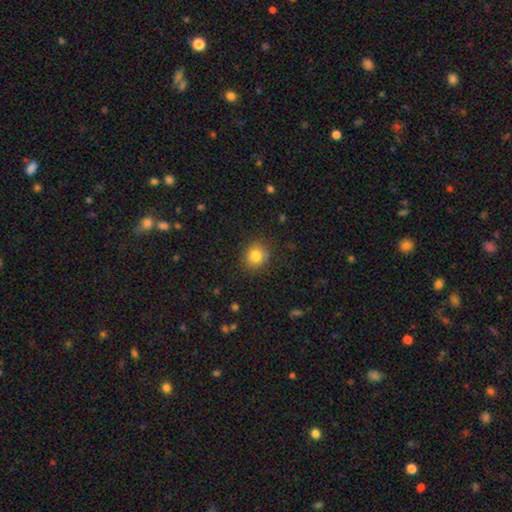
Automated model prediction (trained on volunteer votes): This appears to be a smooth galaxy with no disk features (82%) that is round (79%). Merging: none (85%).